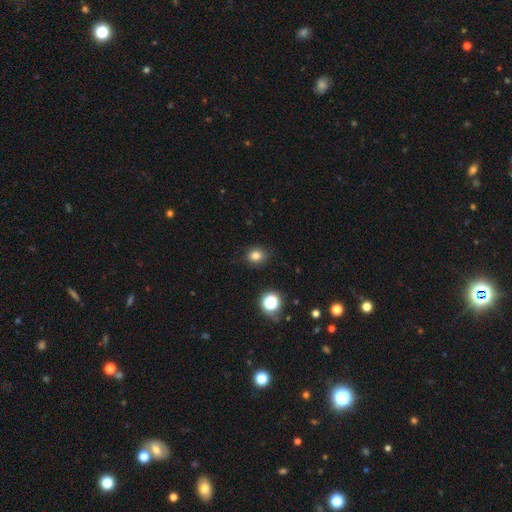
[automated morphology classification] Smooth or featured? Predicted: smooth (p=0.81). How rounded? Predicted: round (p=0.63). Merging? Predicted: none (p=0.87).